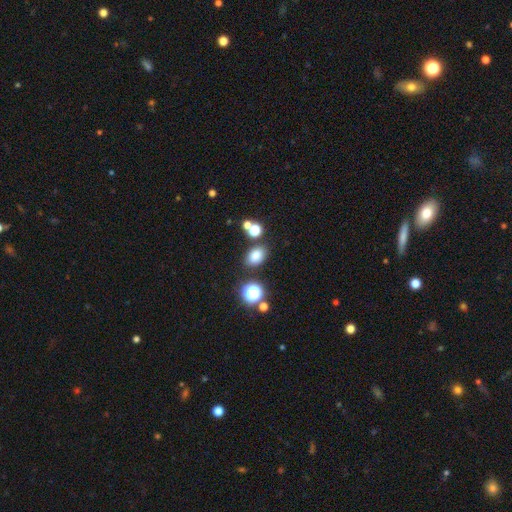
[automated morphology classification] Smooth or featured?
  - smooth: 77% *
  - star or artifact: 16%
  - featured or disk: 7%
How rounded?
  - in between: 73% *
  - round: 26%
  - cigar-shaped: 1%
Merging?
  - none: 77% *
  - minor disturbance: 11%
  - merger: 8%
  - major disturbance: 4%